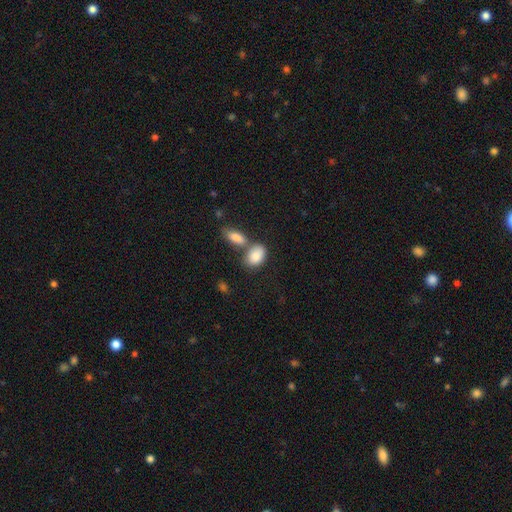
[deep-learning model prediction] Smooth or featured: smooth — 84% (featured or disk — 9%)
How rounded: in between — 86% (round — 12%)
Merging: none — 44% (merger — 39%)